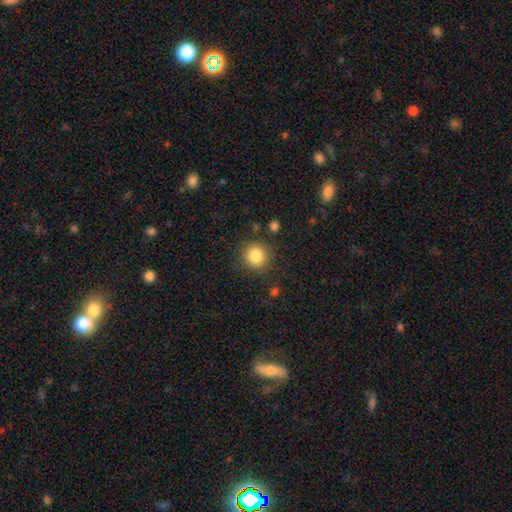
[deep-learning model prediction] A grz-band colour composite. It shows a smooth galaxy with no disk features (84%) that is round (90%). Merging: none (86%).